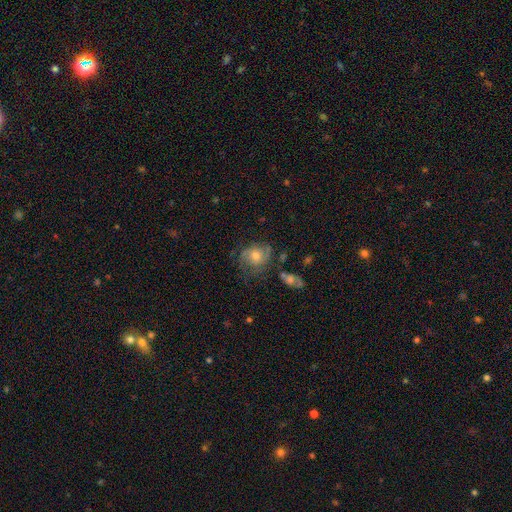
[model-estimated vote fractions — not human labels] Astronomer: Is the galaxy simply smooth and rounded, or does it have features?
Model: featured or disk — 56% (runner-up: smooth, 32%).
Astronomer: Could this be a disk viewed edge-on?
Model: no — 97%.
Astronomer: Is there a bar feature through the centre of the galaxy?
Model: no — 75%.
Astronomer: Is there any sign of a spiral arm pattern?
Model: yes — 79%.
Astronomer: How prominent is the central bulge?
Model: moderate — 62%.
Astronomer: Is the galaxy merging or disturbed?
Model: none — 60%.